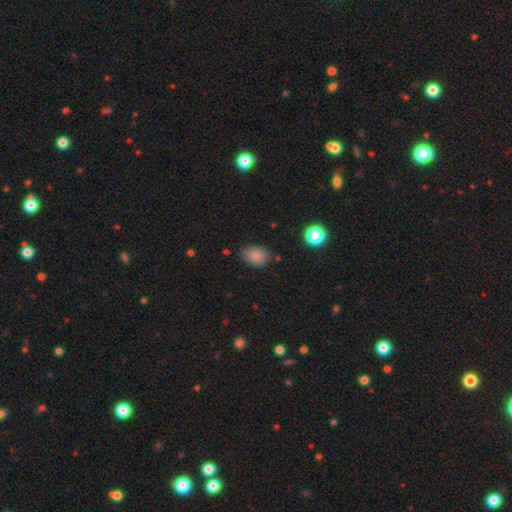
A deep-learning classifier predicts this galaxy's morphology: smooth-or-featured: smooth: 85% | star or artifact: 10% | featured or disk: 6%
  how-rounded: in between: 78% | round: 20% | cigar-shaped: 1%
  merging: none: 76% | minor disturbance: 18% | major disturbance: 4% | merger: 3%